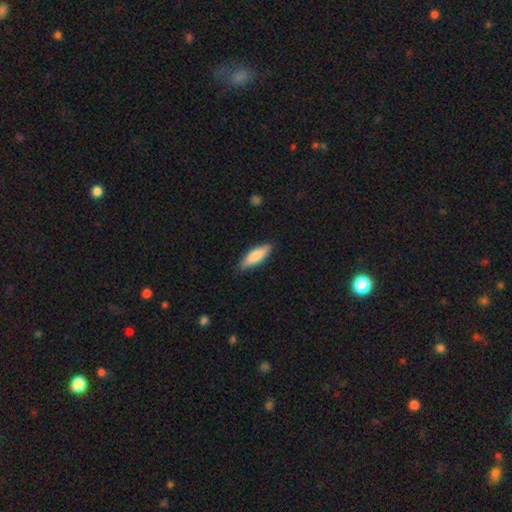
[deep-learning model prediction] smooth 78%, featured or disk 16%, star or artifact 5%. Down the decision tree: how rounded — cigar-shaped (56%); merging — none (86%).